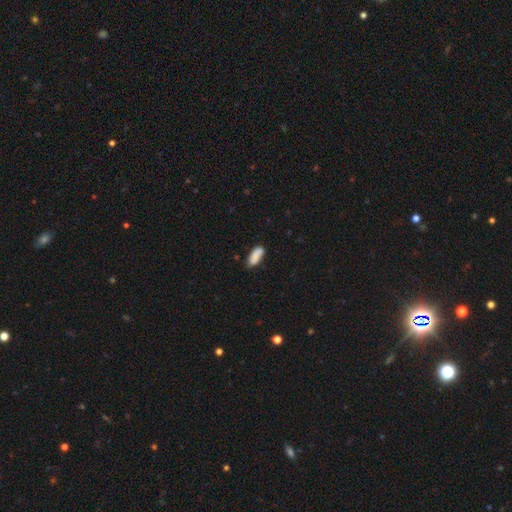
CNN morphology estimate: The model was most divided on "merging": none: 71%, minor disturbance: 21%, merger: 4%, major disturbance: 4%. More confident: smooth or featured — smooth (86%); how rounded — in between (75%).